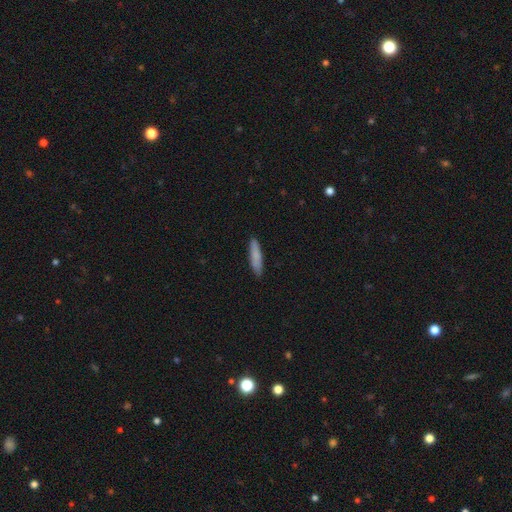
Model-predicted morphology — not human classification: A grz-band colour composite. It shows a smooth galaxy with no disk features (81%) that is cigar-shaped (85%). Merging: none (88%).